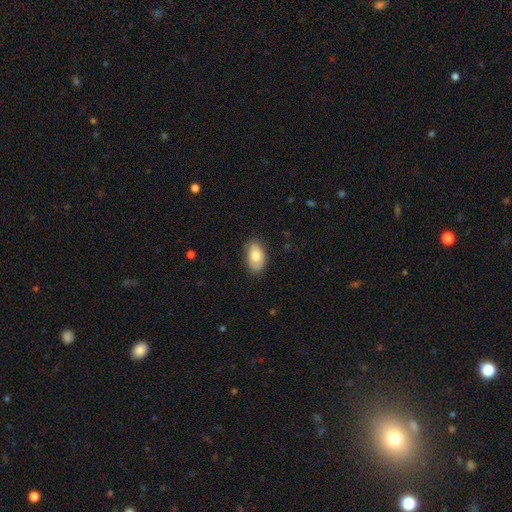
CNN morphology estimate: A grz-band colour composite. It shows a smooth galaxy with no disk features (76%) that is in between round and cigar-shaped (92%). Merging: none (81%).